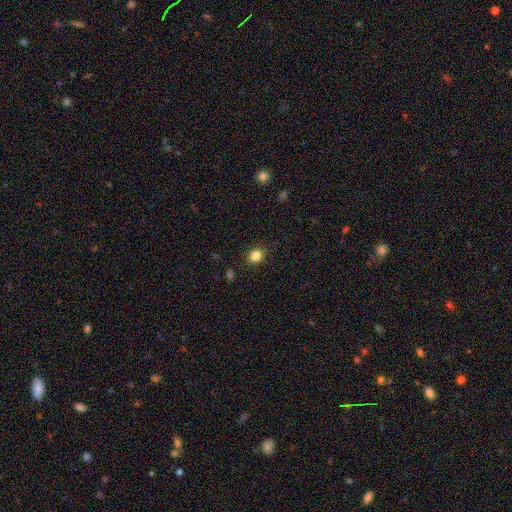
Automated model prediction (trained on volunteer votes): Q: Smooth or featured?
A: smooth (84%); runner-up: star or artifact (11%)
Q: How rounded?
A: round (70%); runner-up: in between (29%)
Q: Merging?
A: none (89%); runner-up: minor disturbance (8%)